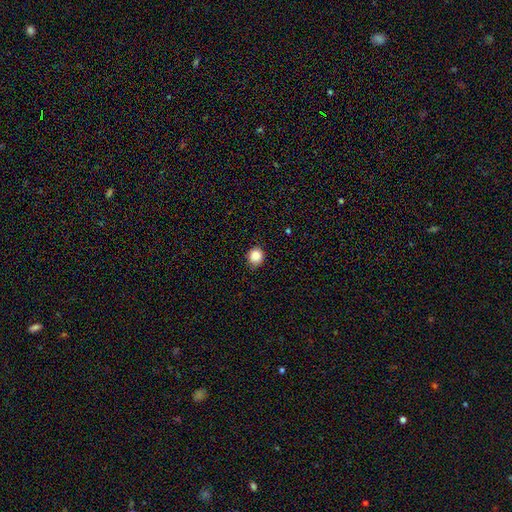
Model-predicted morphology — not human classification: type=smooth (87%); roundness=round (86%); merging=none (85%).